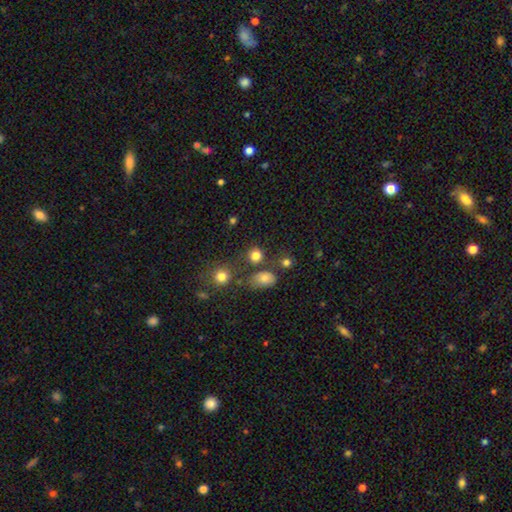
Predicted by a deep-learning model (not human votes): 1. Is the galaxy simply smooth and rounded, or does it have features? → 81% smooth, 14% star or artifact, 6% featured or disk.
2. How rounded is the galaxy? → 84% round, 15% in between, 1% cigar-shaped.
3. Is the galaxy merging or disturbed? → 71% none, 13% merger, 11% minor disturbance, 5% major disturbance.